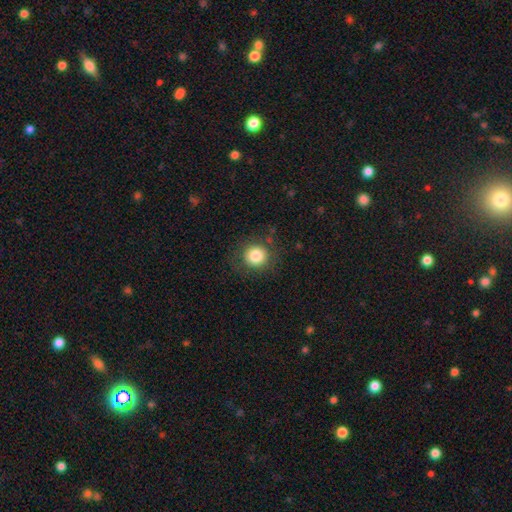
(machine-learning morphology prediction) Smooth or featured? smooth (82%)
How rounded? round (92%)
Merging? none (86%)